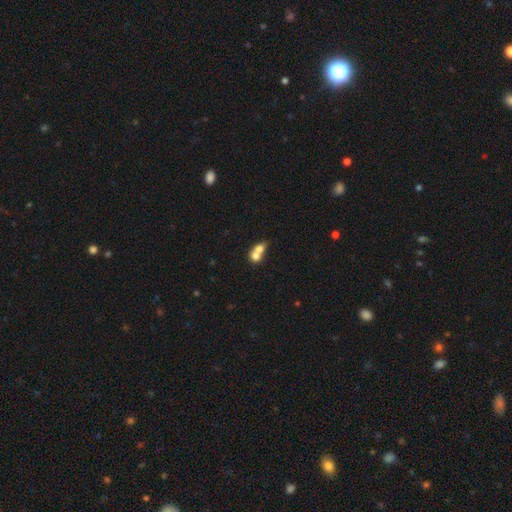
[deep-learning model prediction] Smooth or featured? Predicted: smooth (p=0.69). How rounded? Predicted: round (p=0.52). Merging? Predicted: merger (p=0.74).